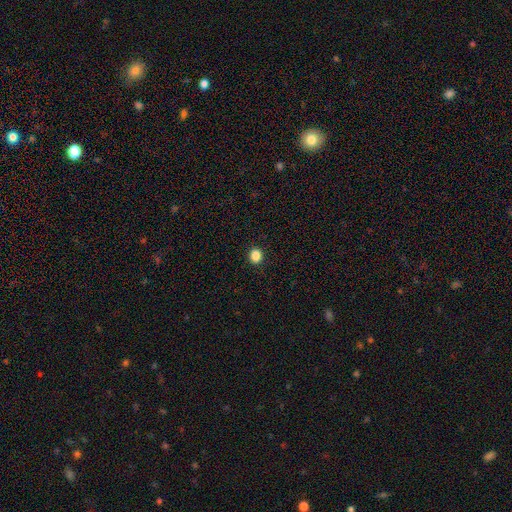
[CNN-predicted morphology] smooth-or-featured: smooth: 86% | star or artifact: 10% | featured or disk: 3%
  how-rounded: round: 69% | in between: 30% | cigar-shaped: 1%
  merging: none: 92% | minor disturbance: 5% | major disturbance: 2% | merger: 1%